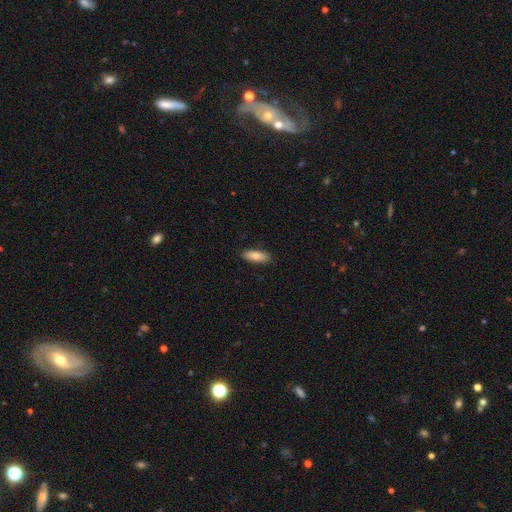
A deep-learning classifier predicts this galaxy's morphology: smooth_or_featured: smooth (p=0.81) [alt: featured or disk p=0.13]
how_rounded: in between (p=0.68) [alt: cigar-shaped p=0.30]
merging: none (p=0.88) [alt: minor disturbance p=0.09]